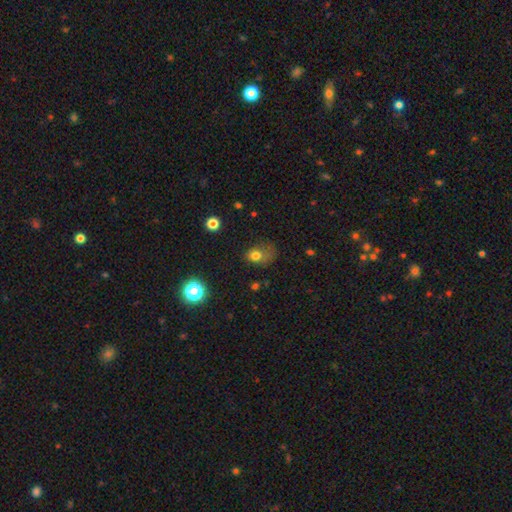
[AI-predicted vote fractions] Morphology: type=smooth (74%); roundness=in between (54%); merging=none (35%).